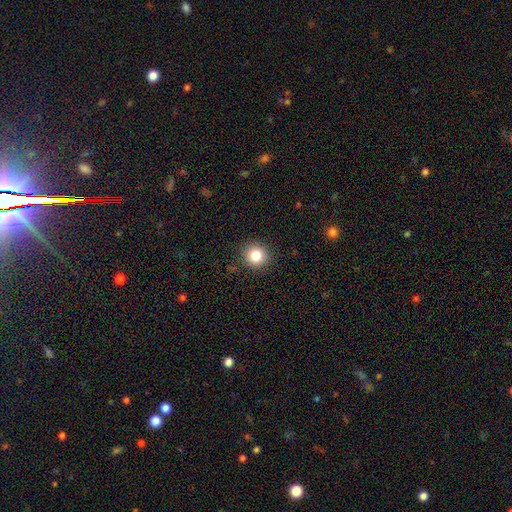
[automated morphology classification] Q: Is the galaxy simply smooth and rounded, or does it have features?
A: smooth — 84%.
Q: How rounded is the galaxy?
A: round — 92%.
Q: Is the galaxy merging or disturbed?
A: none — 90%.